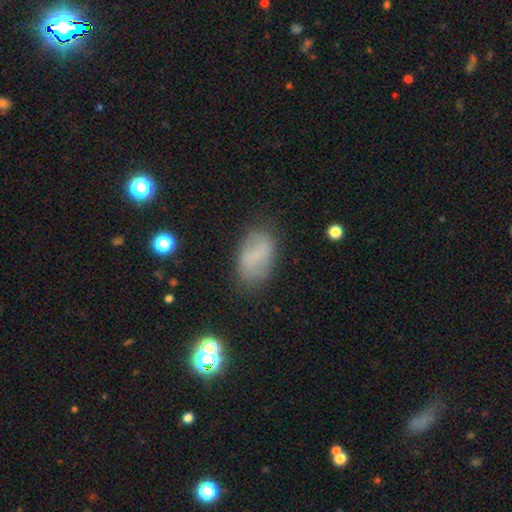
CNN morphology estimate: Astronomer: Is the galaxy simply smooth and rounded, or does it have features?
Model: smooth — 68%.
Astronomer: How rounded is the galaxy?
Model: in between — 90%.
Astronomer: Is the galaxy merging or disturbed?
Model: none — 71%.